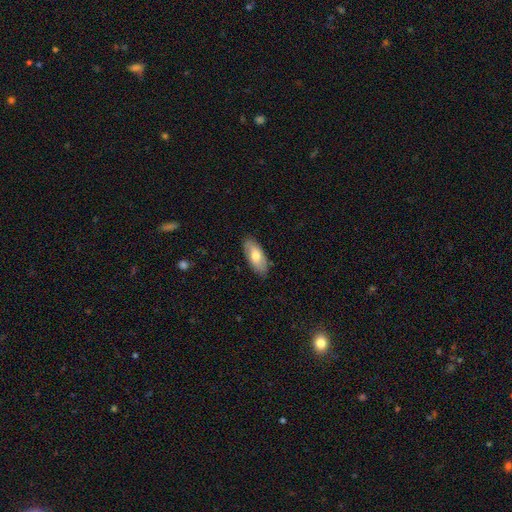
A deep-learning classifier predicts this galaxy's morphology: Overall: smooth (65%; featured or disk 29%). How rounded: in between (88%). Merging: none (84%).